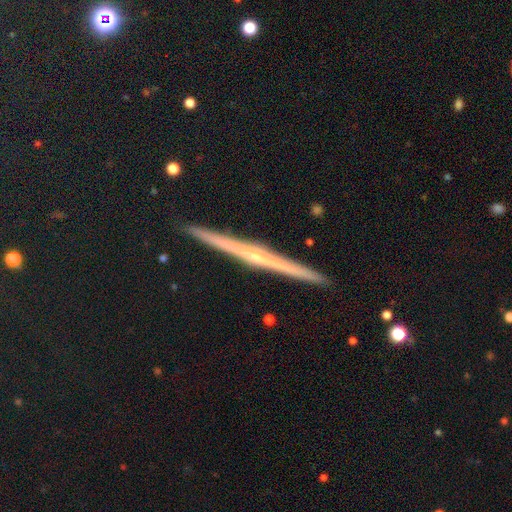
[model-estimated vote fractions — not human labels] smooth_or_featured: featured or disk (p=0.74) [alt: smooth p=0.16]
disk_edge_on: yes (p=0.98) [alt: no p=0.02]
edge_on_bulge: rounded (p=0.53) [alt: none p=0.41]
merging: none (p=0.93) [alt: minor disturbance p=0.05]